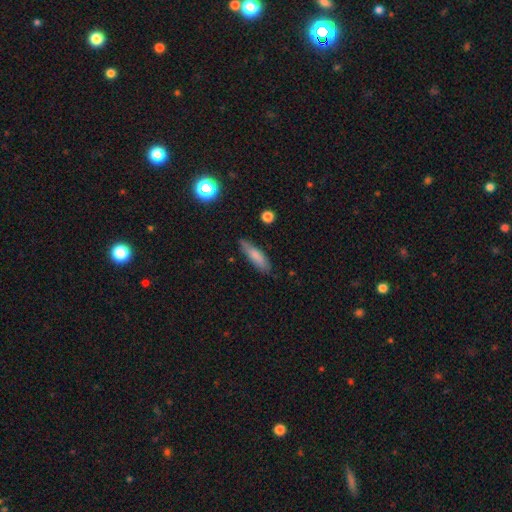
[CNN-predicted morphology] type=smooth (77%); roundness=cigar-shaped (68%); merging=none (76%).